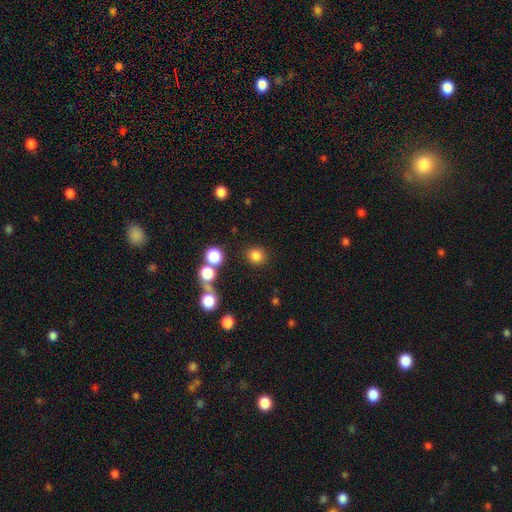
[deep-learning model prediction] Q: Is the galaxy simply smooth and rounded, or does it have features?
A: smooth — 81%.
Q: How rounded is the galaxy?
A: round — 86%.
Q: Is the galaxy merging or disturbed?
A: none — 84%.